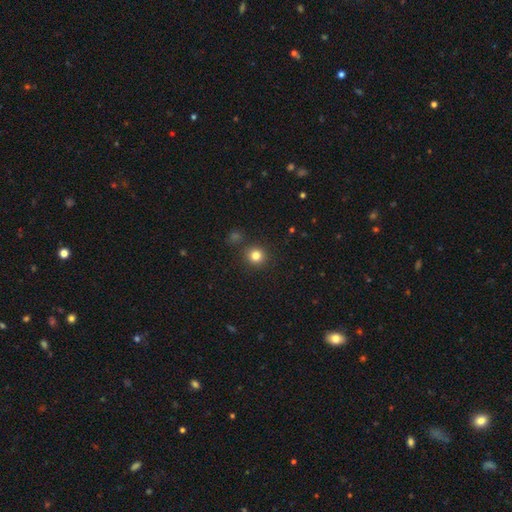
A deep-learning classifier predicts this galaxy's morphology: Smooth or featured? smooth (81%)
How rounded? round (92%)
Merging? none (88%)